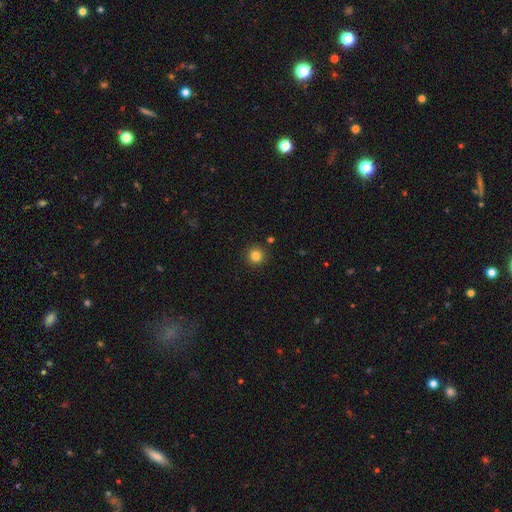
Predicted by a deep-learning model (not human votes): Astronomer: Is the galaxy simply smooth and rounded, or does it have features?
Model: smooth — 83%.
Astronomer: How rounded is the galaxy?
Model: round — 95%.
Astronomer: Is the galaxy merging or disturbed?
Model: none — 91%.